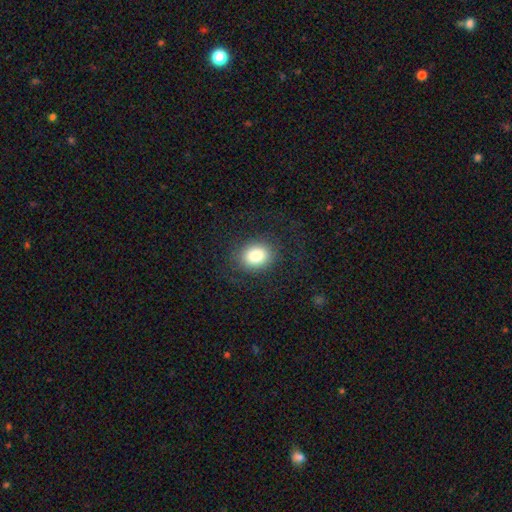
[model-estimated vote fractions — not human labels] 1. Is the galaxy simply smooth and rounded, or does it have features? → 81% smooth, 10% featured or disk, 9% star or artifact.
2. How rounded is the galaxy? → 60% round, 39% in between, 1% cigar-shaped.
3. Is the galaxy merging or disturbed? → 83% none, 10% minor disturbance, 7% major disturbance, 1% merger.